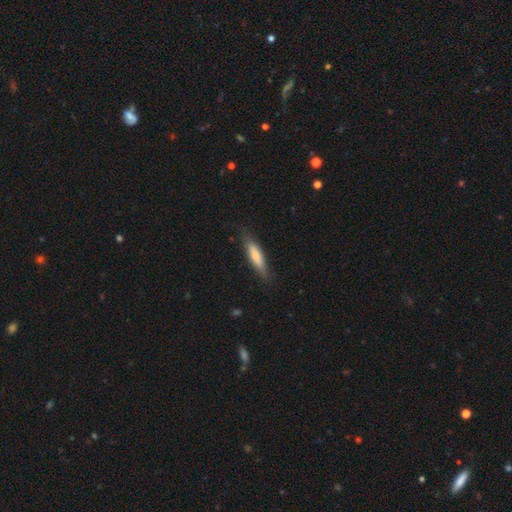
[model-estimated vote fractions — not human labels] Q: Smooth or featured?
A: smooth (74%); runner-up: featured or disk (20%)
Q: How rounded?
A: cigar-shaped (76%); runner-up: in between (23%)
Q: Merging?
A: none (78%); runner-up: minor disturbance (17%)